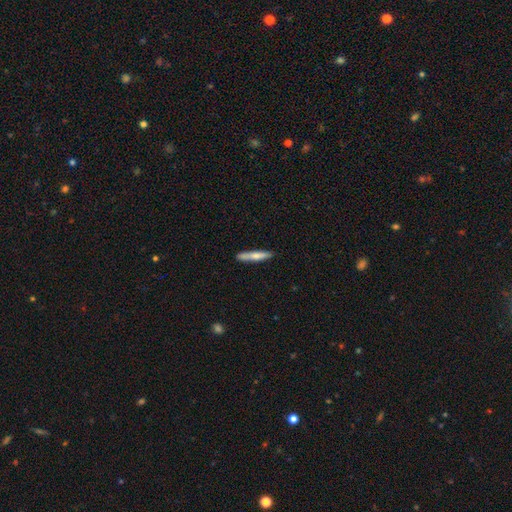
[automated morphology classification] Smooth or featured?
  - smooth: 65% *
  - featured or disk: 29%
  - star or artifact: 5%
How rounded?
  - cigar-shaped: 92% *
  - in between: 6%
  - round: 1%
Merging?
  - none: 87% *
  - minor disturbance: 10%
  - major disturbance: 2%
  - merger: 2%